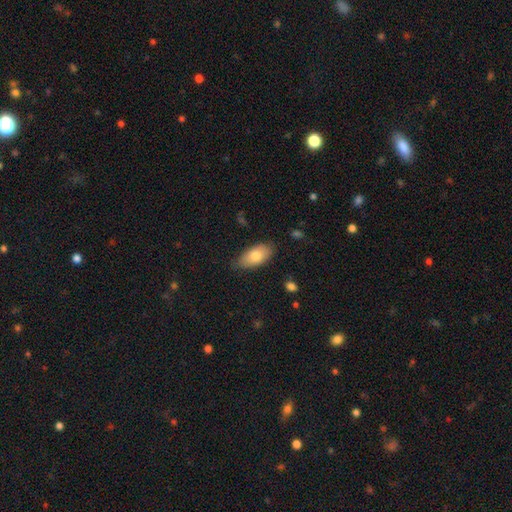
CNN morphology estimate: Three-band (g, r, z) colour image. It shows a smooth galaxy with no disk features (75%) that is in between round and cigar-shaped (92%). Merging: none (77%).